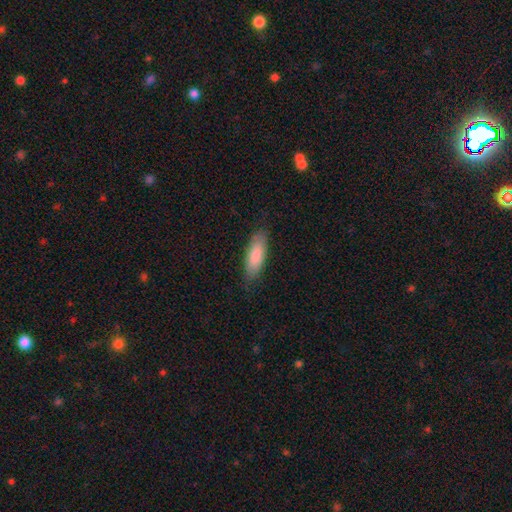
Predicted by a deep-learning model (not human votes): This appears to be a smooth galaxy with no disk features (85%) that is in between round and cigar-shaped (63%). Merging: none (82%).